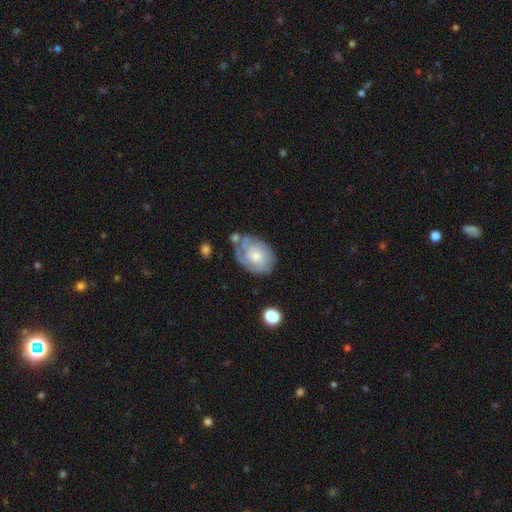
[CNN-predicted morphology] This appears to be a featured or disk galaxy (55%) with no bar (79%), spiral arms (74%) and a moderate central bulge (49%). Merging: none (51%).